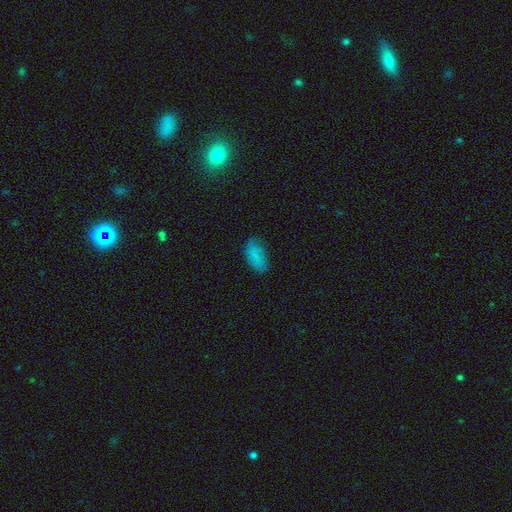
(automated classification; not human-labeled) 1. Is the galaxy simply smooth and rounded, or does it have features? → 80% smooth, 11% featured or disk, 9% star or artifact.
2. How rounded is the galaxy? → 93% in between, 3% cigar-shaped, 3% round.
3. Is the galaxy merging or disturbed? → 70% none, 23% minor disturbance, 6% major disturbance, 1% merger.